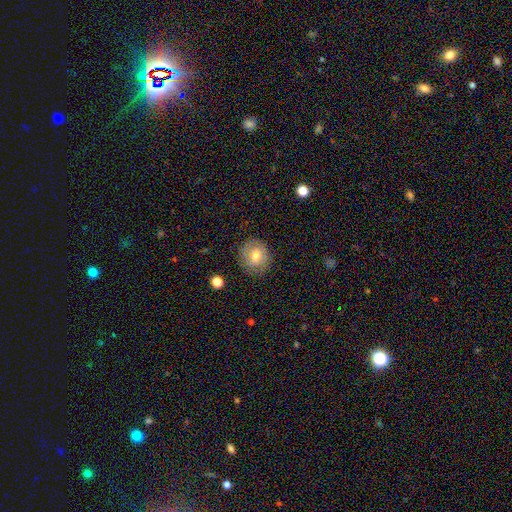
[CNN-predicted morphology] A smooth galaxy with no disk features (56%) that is round (75%).

Vote fractions:
- Smooth or featured? smooth: 56% / featured or disk: 35% / star or artifact: 9%
- How rounded? round: 75% / in between: 24% / cigar-shaped: 1%
- Merging? none: 81% / minor disturbance: 14% / major disturbance: 4% / merger: 1%